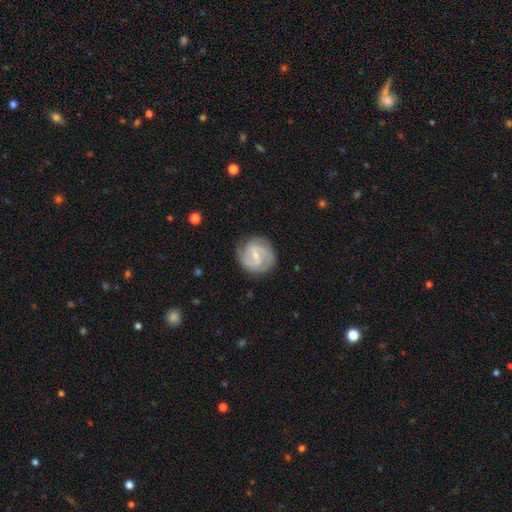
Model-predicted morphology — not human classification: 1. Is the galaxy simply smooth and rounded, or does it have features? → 77% featured or disk, 18% smooth, 5% star or artifact.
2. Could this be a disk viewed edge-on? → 98% no, 2% yes.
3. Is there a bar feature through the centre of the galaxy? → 56% weak, 28% strong, 16% no.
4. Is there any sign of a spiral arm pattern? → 93% yes, 7% no.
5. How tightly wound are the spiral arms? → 46% medium, 37% tight, 17% loose.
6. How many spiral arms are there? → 81% 2, 9% can't tell, 5% 3, 2% 1, 1% 4, 1% more than 4.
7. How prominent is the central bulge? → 62% small, 21% moderate, 15% none, 2% large, 1% dominant.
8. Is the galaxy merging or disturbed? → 80% none, 14% minor disturbance, 5% major disturbance, 1% merger.